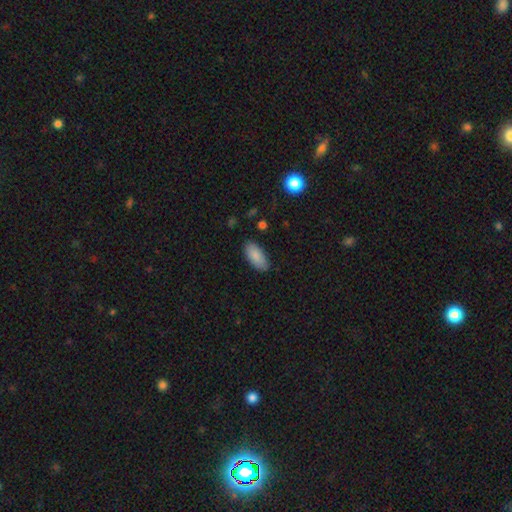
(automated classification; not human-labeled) smooth 87%, star or artifact 7%, featured or disk 6%. Down the decision tree: how rounded — in between (91%); merging — none (85%).